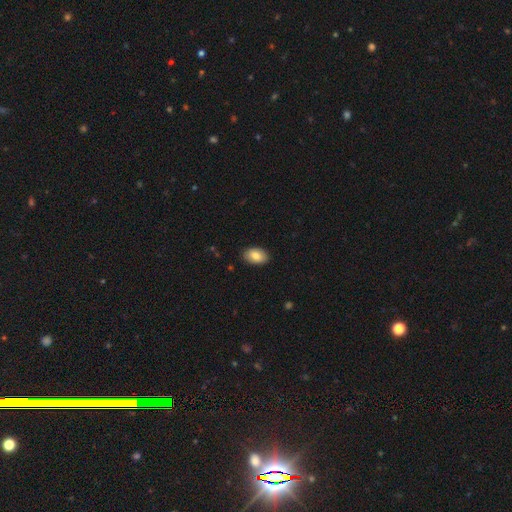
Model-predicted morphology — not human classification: A smooth galaxy with no disk features (83%) that is in between round and cigar-shaped (90%). Merging: none (88%).